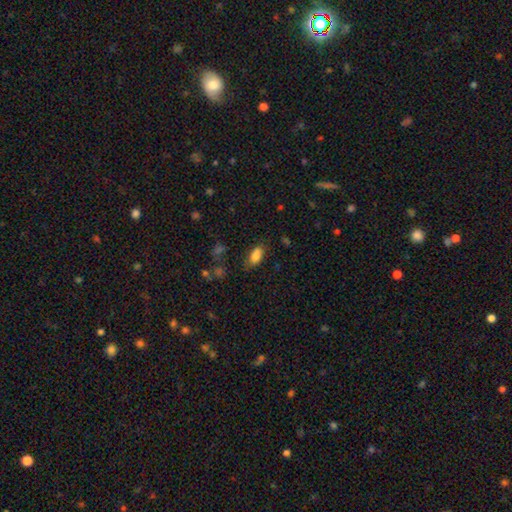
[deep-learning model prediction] Smooth or featured: smooth — 84% (star or artifact — 9%)
How rounded: in between — 90% (cigar-shaped — 6%)
Merging: none — 75% (minor disturbance — 18%)